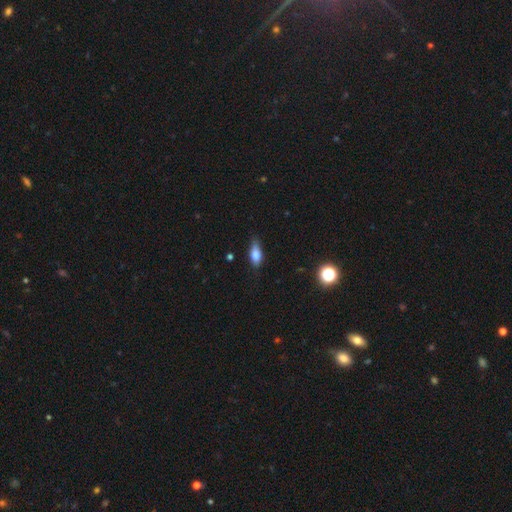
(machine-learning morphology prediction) This is likely a smooth galaxy (71%). How rounded: likely in between (77%). Merging: likely none (70%).